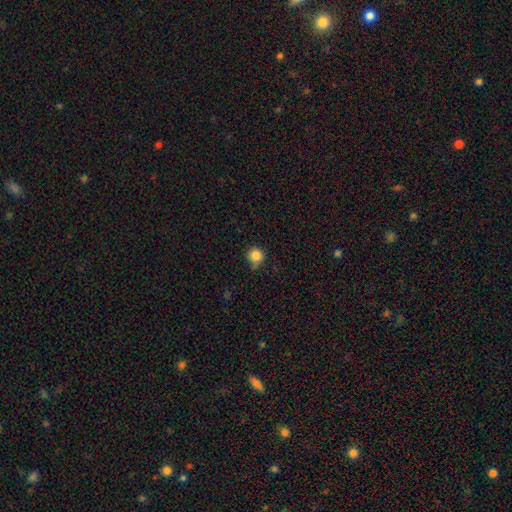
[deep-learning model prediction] This appears to be a smooth galaxy with no disk features (85%) that is round (93%). Merging: none (69%).